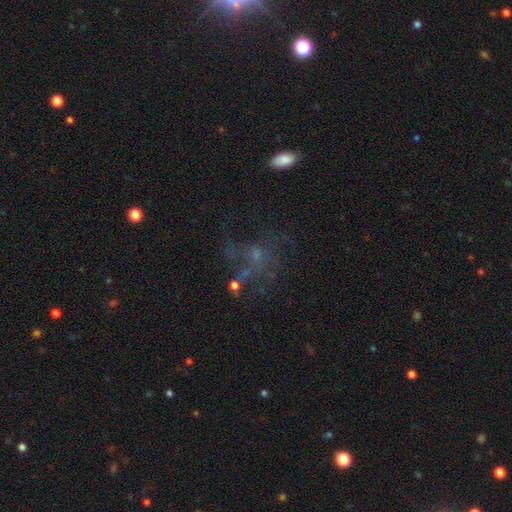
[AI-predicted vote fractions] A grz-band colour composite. It shows a featured or disk galaxy (45%). Merging: none (49%).